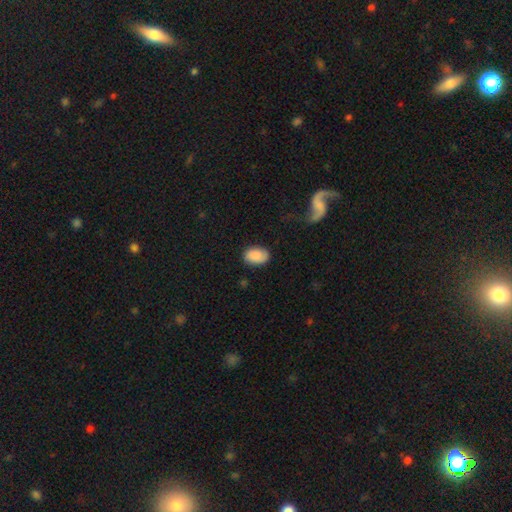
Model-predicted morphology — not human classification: smooth 86%, featured or disk 7%, star or artifact 7%. Down the decision tree: how rounded — in between (85%); merging — none (79%).